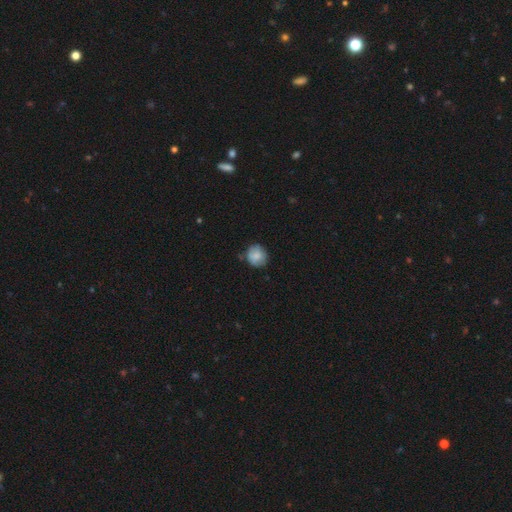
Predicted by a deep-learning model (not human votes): The model was most divided on "merging": none: 72%, minor disturbance: 22%, major disturbance: 4%, merger: 2%. More confident: how rounded — round (82%); smooth or featured — smooth (78%).